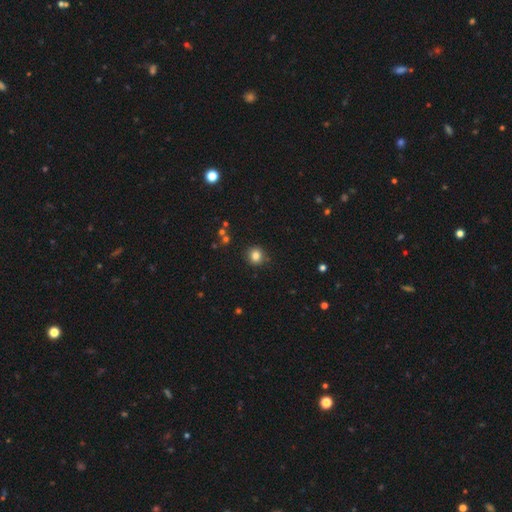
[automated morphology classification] A smooth galaxy with no disk features (82%) that is round (90%).

Vote fractions:
- Smooth or featured? smooth: 82% / star or artifact: 12% / featured or disk: 5%
- How rounded? round: 90% / in between: 10% / cigar-shaped: 1%
- Merging? none: 88% / minor disturbance: 8% / major disturbance: 2% / merger: 2%